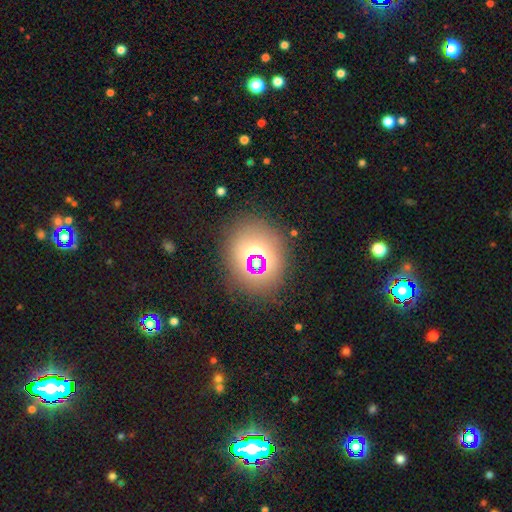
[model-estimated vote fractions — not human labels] This is marginally a star or artifact rather than a galaxy (45%).